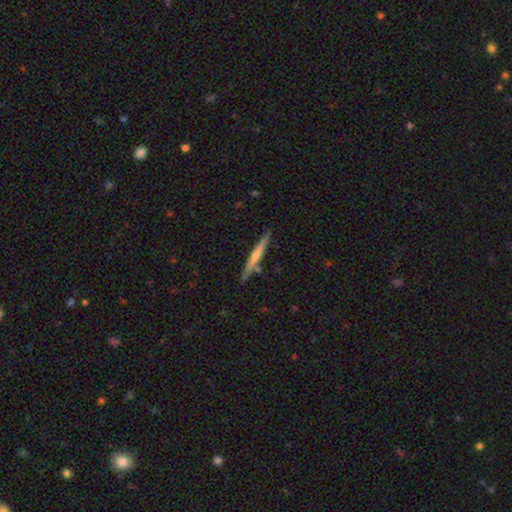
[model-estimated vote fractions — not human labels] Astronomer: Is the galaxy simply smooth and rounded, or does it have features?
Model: featured or disk — 62%.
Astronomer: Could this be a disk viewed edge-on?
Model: yes — 97%.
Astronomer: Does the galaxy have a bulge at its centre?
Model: rounded — 56% (runner-up: none, 37%).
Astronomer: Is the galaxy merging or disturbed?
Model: none — 88%.